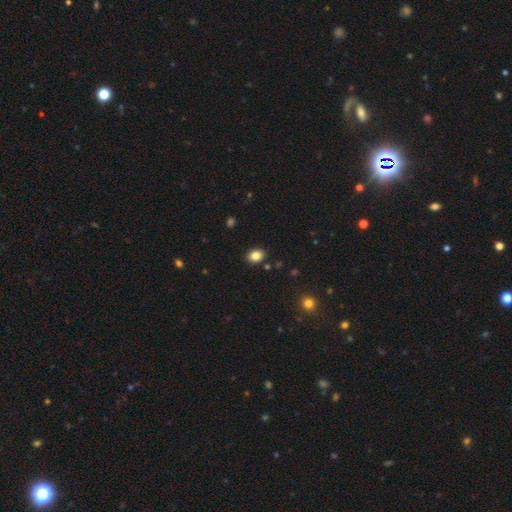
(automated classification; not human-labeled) Overall: smooth (85%). How rounded: in between (58%; round 41%). Merging: none (88%).